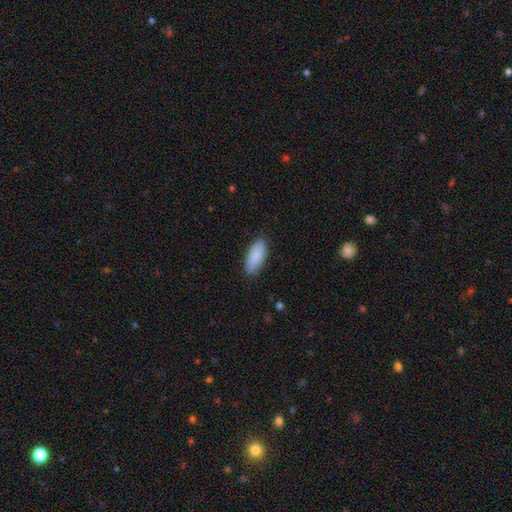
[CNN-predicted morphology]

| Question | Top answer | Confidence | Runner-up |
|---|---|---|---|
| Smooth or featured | smooth | 89% | star or artifact (6%) |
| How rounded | in between | 85% | cigar-shaped (14%) |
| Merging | none | 86% | minor disturbance (11%) |